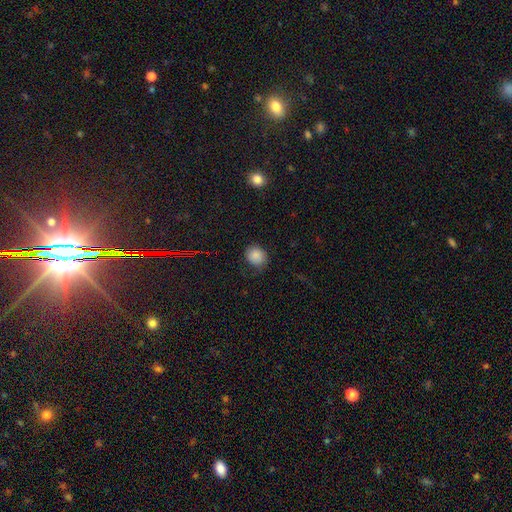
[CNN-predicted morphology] A smooth galaxy with no disk features (84%) that is round (64%).

Vote fractions:
- Smooth or featured? smooth: 84% / star or artifact: 10% / featured or disk: 6%
- How rounded? round: 64% / in between: 35% / cigar-shaped: 1%
- Merging? none: 75% / minor disturbance: 19% / major disturbance: 6% / merger: 1%